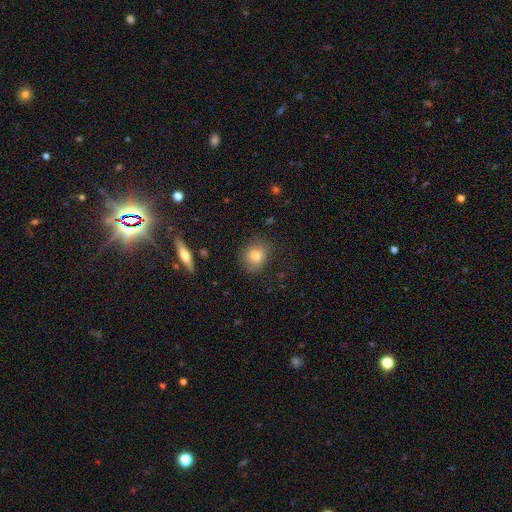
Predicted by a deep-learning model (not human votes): Q: Smooth or featured?
A: smooth (78%); runner-up: featured or disk (12%)
Q: How rounded?
A: round (70%); runner-up: in between (28%)
Q: Merging?
A: none (79%); runner-up: minor disturbance (15%)